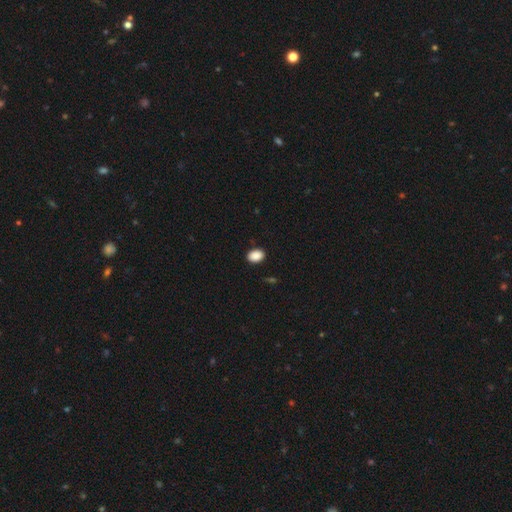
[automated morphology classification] A smooth galaxy with no disk features (90%) that is in between round and cigar-shaped (77%). Merging: none (89%).